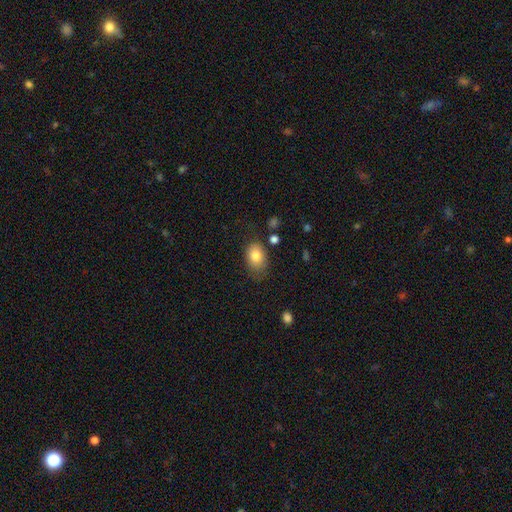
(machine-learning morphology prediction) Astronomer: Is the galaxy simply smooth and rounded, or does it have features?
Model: smooth — 81%.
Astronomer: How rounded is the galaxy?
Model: in between — 77%.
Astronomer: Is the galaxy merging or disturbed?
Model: none — 69%.